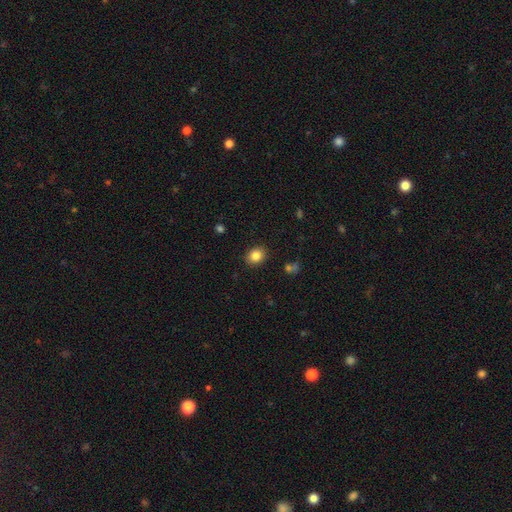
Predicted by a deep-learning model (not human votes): smooth-or-featured: smooth: 84% | star or artifact: 10% | featured or disk: 6%
  how-rounded: round: 54% | in between: 45% | cigar-shaped: 1%
  merging: none: 89% | minor disturbance: 8% | major disturbance: 2% | merger: 1%